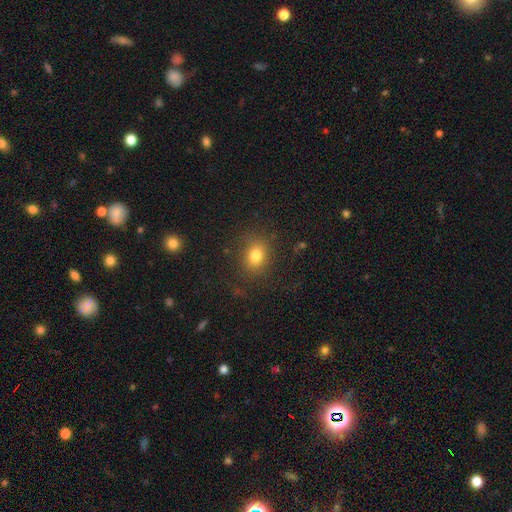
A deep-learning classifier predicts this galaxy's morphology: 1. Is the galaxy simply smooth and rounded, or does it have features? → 78% smooth, 13% star or artifact, 9% featured or disk.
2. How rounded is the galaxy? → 50% round, 49% in between, 1% cigar-shaped.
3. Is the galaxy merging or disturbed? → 80% none, 13% minor disturbance, 6% major disturbance, 2% merger.